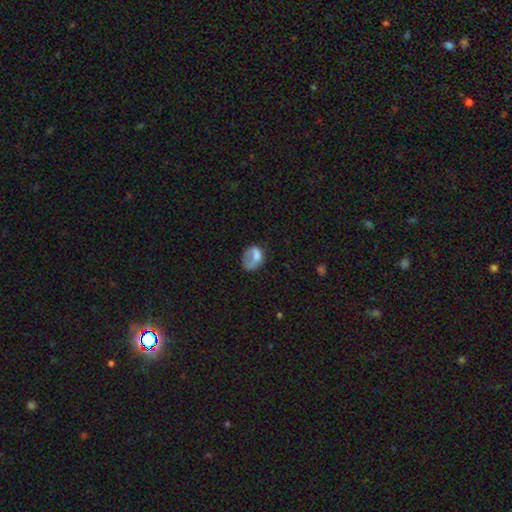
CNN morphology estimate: Smooth or featured? Predicted: smooth (p=0.65). How rounded? Predicted: in between (p=0.70). Merging? Predicted: major disturbance (p=0.38).